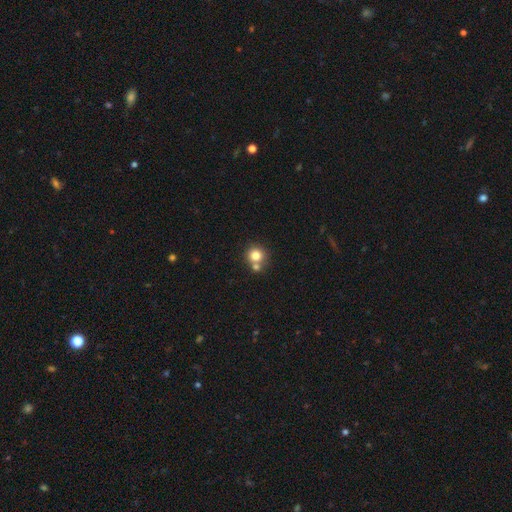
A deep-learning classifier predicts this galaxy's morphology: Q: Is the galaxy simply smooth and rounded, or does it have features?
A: smooth — 79%.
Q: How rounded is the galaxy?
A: round — 90%.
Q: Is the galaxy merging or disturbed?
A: none — 56%.